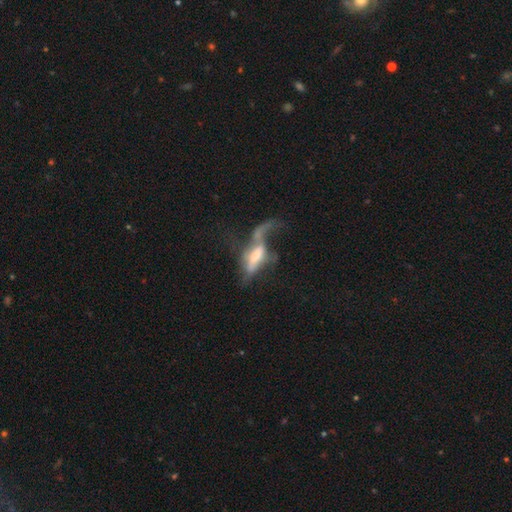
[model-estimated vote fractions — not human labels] The model was most divided on "smooth or featured": featured or disk: 57%, smooth: 33%, star or artifact: 10%. More confident: edge-on disk — no (65%); merging — major disturbance (55%).